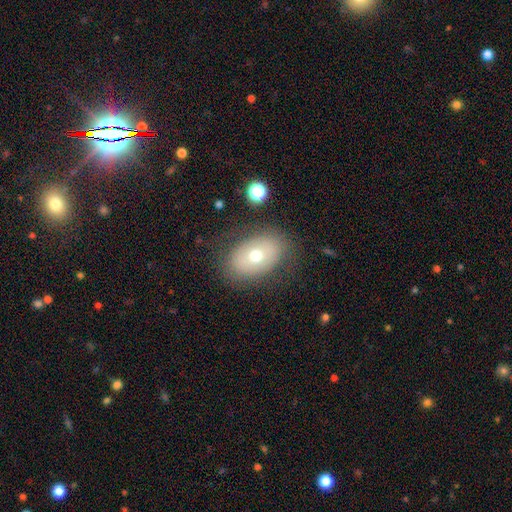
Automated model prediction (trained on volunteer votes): smooth_or_featured: smooth (p=0.62) [alt: featured or disk p=0.28]
how_rounded: in between (p=0.81) [alt: round p=0.18]
merging: none (p=0.78) [alt: minor disturbance p=0.14]